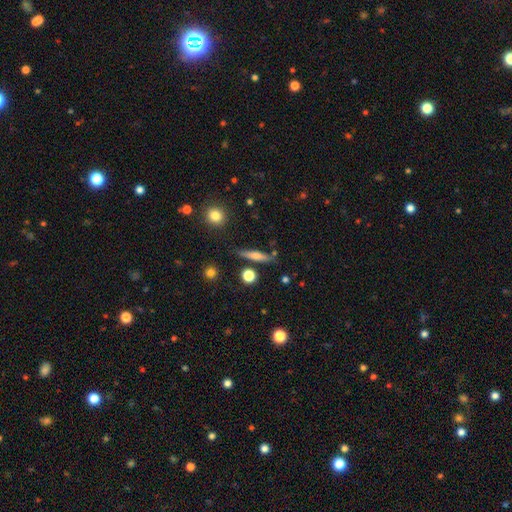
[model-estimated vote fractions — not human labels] Smooth or featured? smooth (52%)
How rounded? cigar-shaped (82%)
Merging? none (81%)